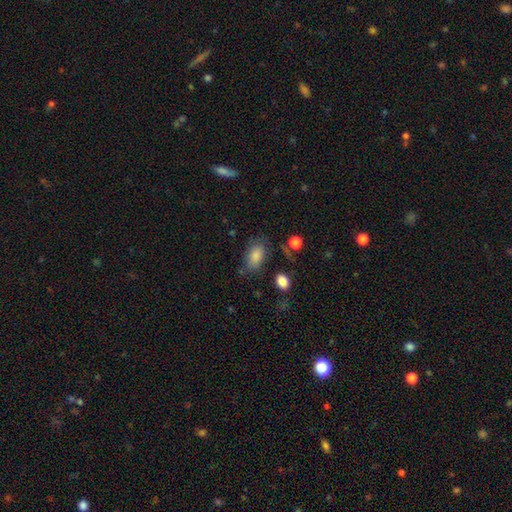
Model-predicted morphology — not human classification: Smooth or featured?
  - smooth: 84% *
  - star or artifact: 9%
  - featured or disk: 8%
How rounded?
  - in between: 89% *
  - round: 9%
  - cigar-shaped: 2%
Merging?
  - none: 66% *
  - minor disturbance: 21%
  - major disturbance: 8%
  - merger: 5%